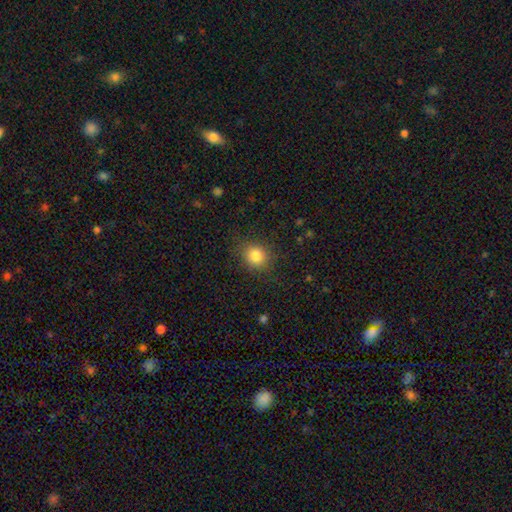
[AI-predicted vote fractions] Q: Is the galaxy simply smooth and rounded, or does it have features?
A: smooth — 82%.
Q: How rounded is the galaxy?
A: round — 77%.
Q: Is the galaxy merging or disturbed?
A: none — 86%.